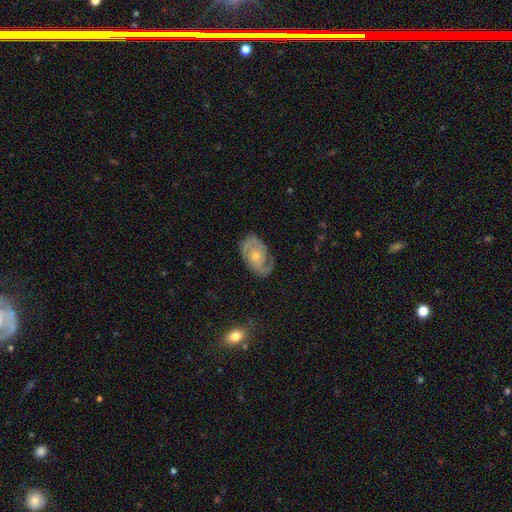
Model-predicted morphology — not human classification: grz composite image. It shows a featured or disk galaxy (79%) with no bar (73%), 2 (70%) tight (52%) spiral arms (91%) and a small central bulge (52%). Merging: none (75%).